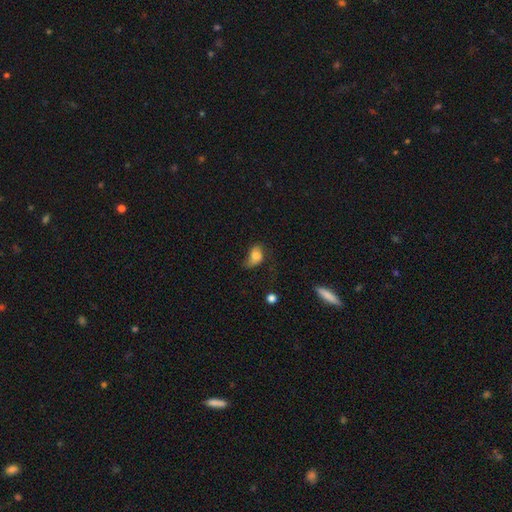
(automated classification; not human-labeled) Smooth or featured? Predicted: smooth (p=0.74). How rounded? Predicted: in between (p=0.83). Merging? Predicted: none (p=0.38).